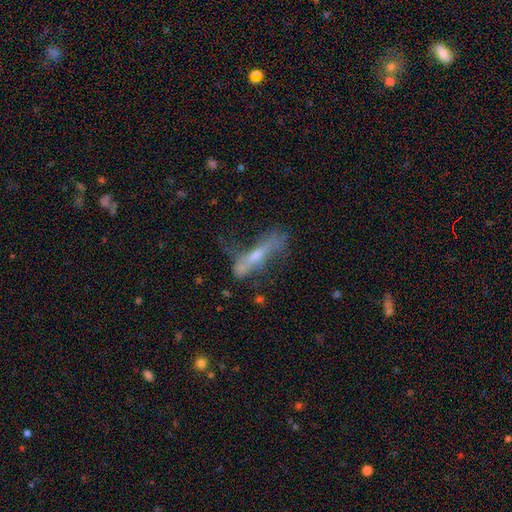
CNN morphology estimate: smooth-or-featured: featured or disk: 55% | smooth: 35% | star or artifact: 10%
  disk-edge-on: yes: 62% | no: 38%
  merging: none: 43% | minor disturbance: 25% | major disturbance: 25% | merger: 7%